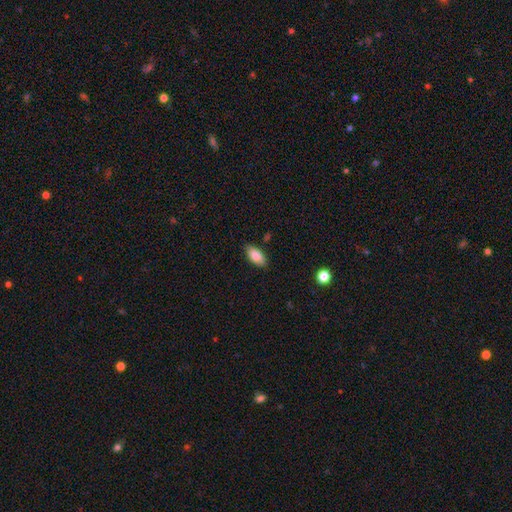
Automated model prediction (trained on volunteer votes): This appears to be a smooth galaxy with no disk features (83%) that is in between round and cigar-shaped (90%). Merging: none (84%).